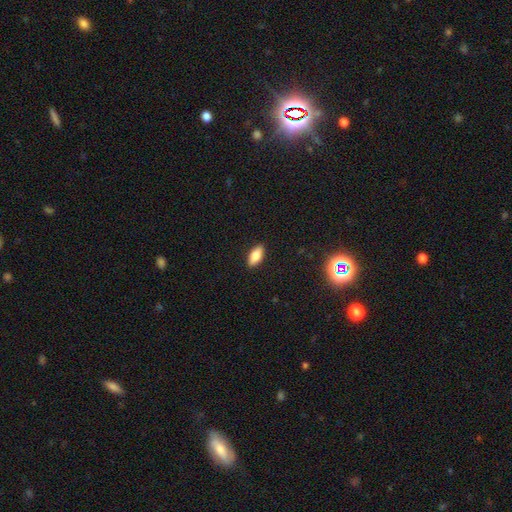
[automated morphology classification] Smooth or featured? smooth (80%)
How rounded? in between (85%)
Merging? none (89%)